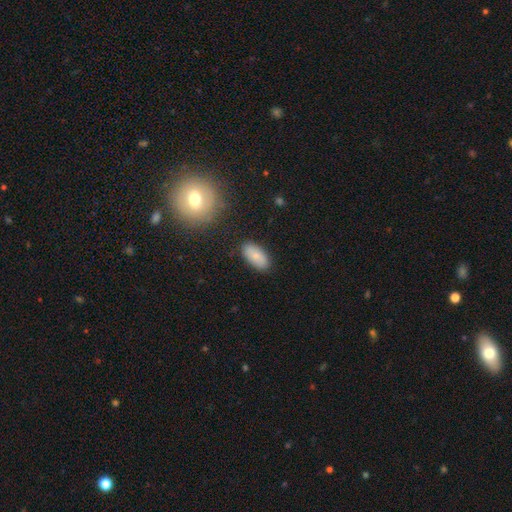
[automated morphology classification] smooth_or_featured: smooth (p=0.78) [alt: featured or disk p=0.14]
how_rounded: in between (p=0.92) [alt: cigar-shaped p=0.04]
merging: none (p=0.85) [alt: minor disturbance p=0.11]